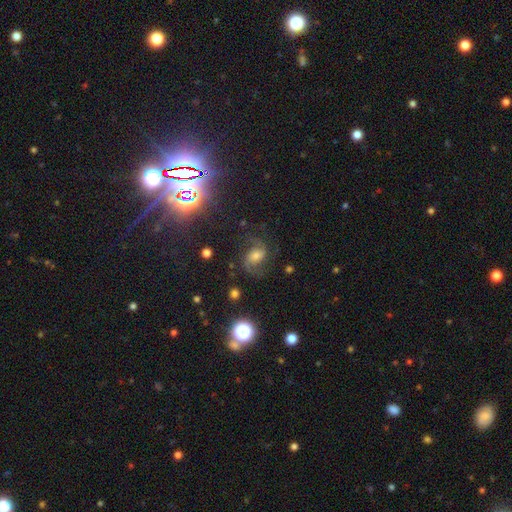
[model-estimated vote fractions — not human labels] Smooth or featured? featured or disk (74%)
Edge-on disk? no (97%)
Bar? no (45%)
Spiral arms? yes (96%)
Spiral winding? medium (51%)
Spiral arm count? 2 (89%)
Bulge size? moderate (49%)
Merging? none (72%)